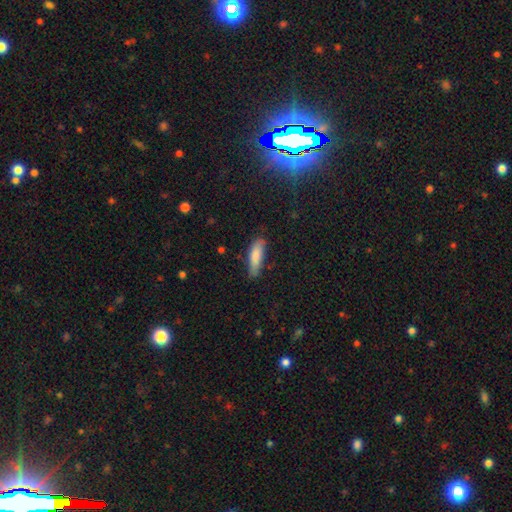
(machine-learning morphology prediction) smooth_or_featured: smooth (p=0.82) [alt: featured or disk p=0.12]
how_rounded: cigar-shaped (p=0.60) [alt: in between p=0.38]
merging: none (p=0.69) [alt: minor disturbance p=0.24]